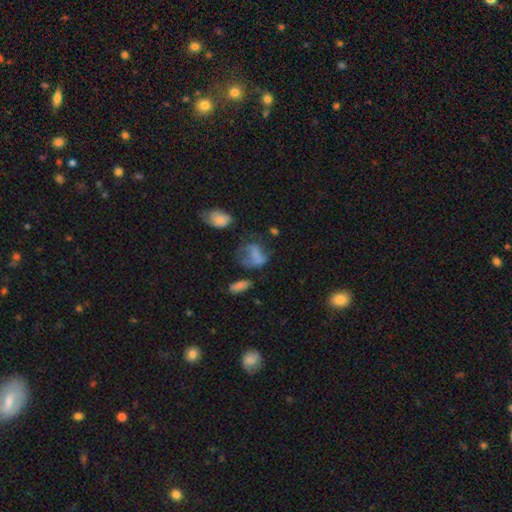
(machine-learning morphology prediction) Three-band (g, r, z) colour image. It shows a smooth galaxy with no disk features (57%) that is in between round and cigar-shaped (62%). Merging: major disturbance (36%).